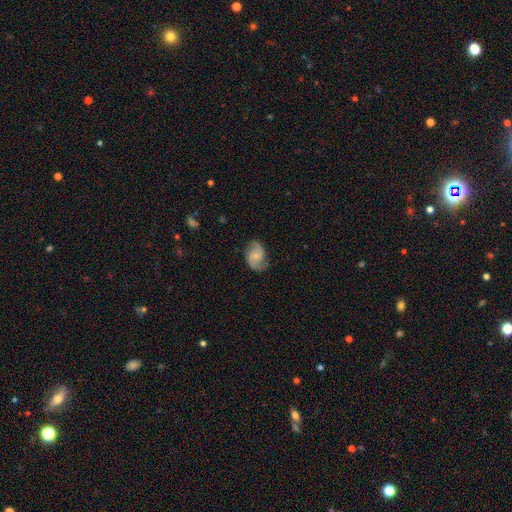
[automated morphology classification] Q: Smooth or featured?
A: featured or disk (77%); runner-up: smooth (17%)
Q: Edge-on disk?
A: no (98%); runner-up: yes (2%)
Q: Bar?
A: no (52%); runner-up: weak (40%)
Q: Spiral arms?
A: yes (96%); runner-up: no (4%)
Q: Spiral winding?
A: medium (49%); runner-up: loose (34%)
Q: Spiral arm count?
A: 2 (91%); runner-up: can't tell (3%)
Q: Bulge size?
A: small (51%); runner-up: moderate (26%)
Q: Merging?
A: none (77%); runner-up: minor disturbance (16%)